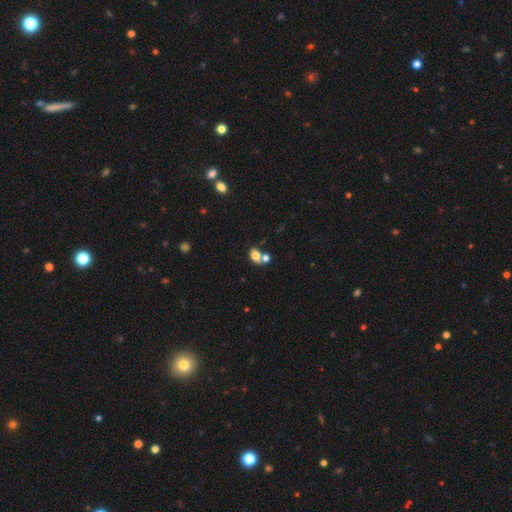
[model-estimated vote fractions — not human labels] This appears to be a smooth galaxy with no disk features (76%) that is in between round and cigar-shaped (66%). Merging: merger (45%).